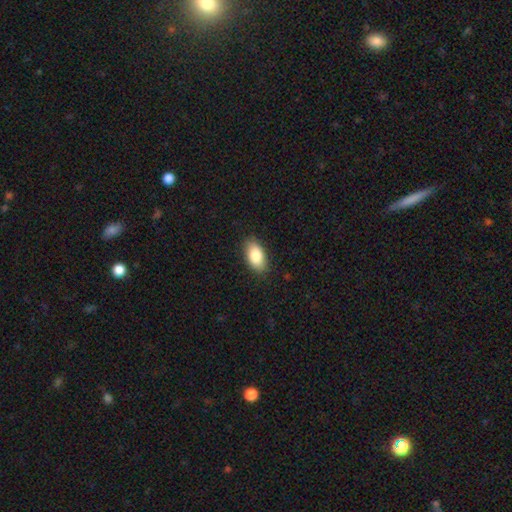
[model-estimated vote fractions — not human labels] Morphology: type=smooth (85%); roundness=in between (93%); merging=none (87%).